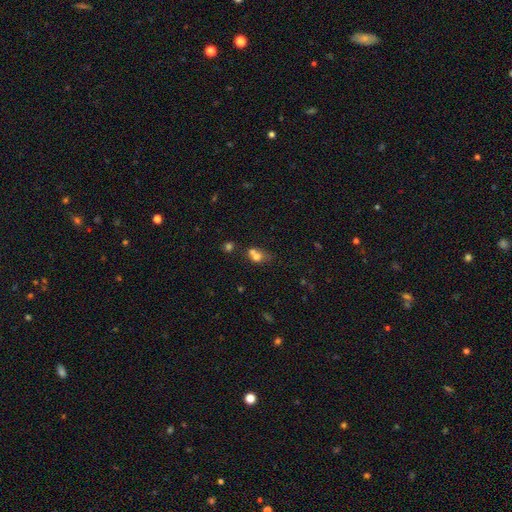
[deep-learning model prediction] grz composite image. It shows a smooth galaxy with no disk features (68%) that is round (57%). Merging: merger (59%).